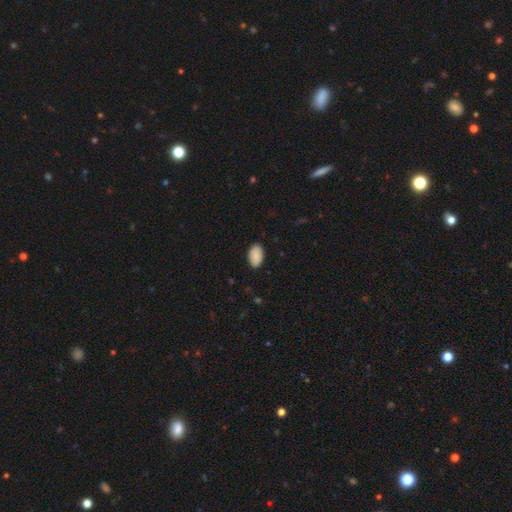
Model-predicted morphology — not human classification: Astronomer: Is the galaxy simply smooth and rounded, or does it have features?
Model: smooth — 91%.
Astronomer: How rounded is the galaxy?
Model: in between — 94%.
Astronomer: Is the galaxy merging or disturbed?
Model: none — 88%.